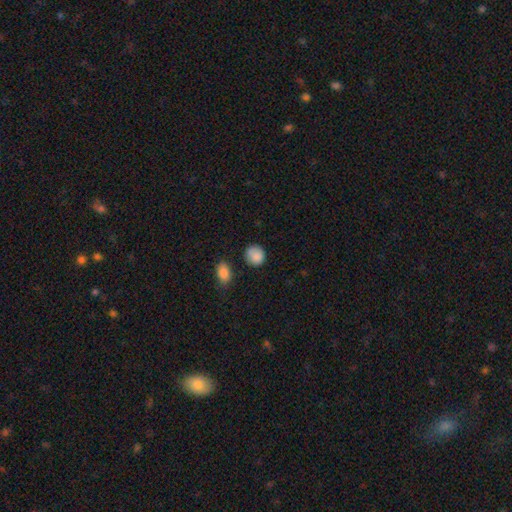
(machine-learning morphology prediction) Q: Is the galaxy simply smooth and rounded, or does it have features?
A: smooth — 87%.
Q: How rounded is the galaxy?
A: round — 82%.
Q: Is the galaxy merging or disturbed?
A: none — 71%.